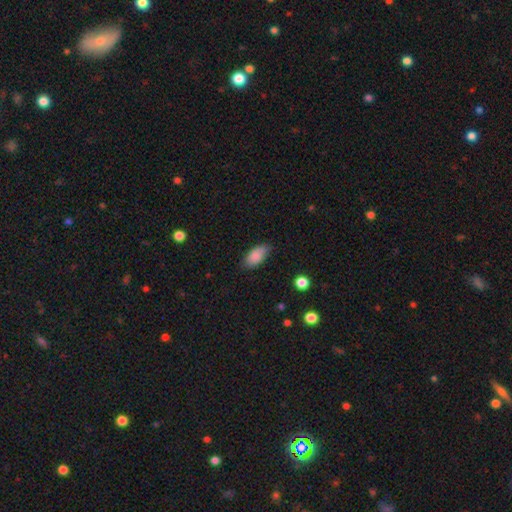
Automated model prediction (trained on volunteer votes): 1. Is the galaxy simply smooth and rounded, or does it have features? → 84% smooth, 9% featured or disk, 7% star or artifact.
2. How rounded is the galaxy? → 92% in between, 5% cigar-shaped, 3% round.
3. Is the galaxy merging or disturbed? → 73% none, 22% minor disturbance, 4% major disturbance, 1% merger.